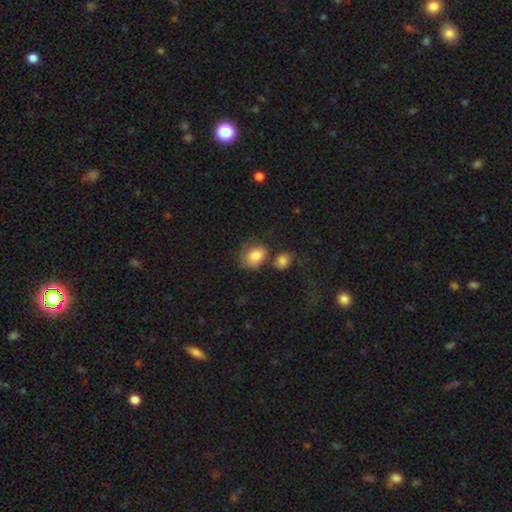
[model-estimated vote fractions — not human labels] Smooth or featured? Predicted: smooth (p=0.82). How rounded? Predicted: in between (p=0.57). Merging? Predicted: none (p=0.48).